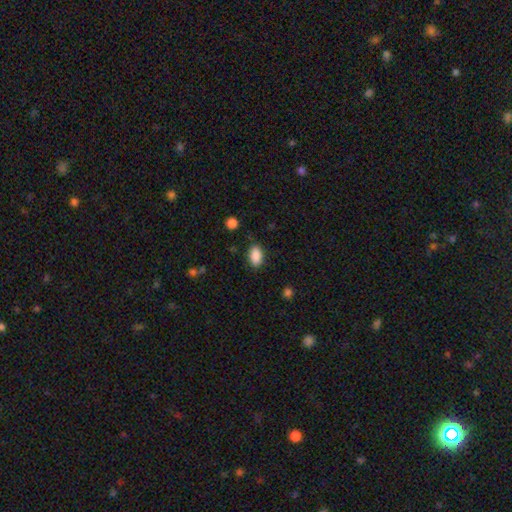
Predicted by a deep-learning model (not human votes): A smooth galaxy with no disk features (89%) that is in between round and cigar-shaped (91%). Merging: none (85%).